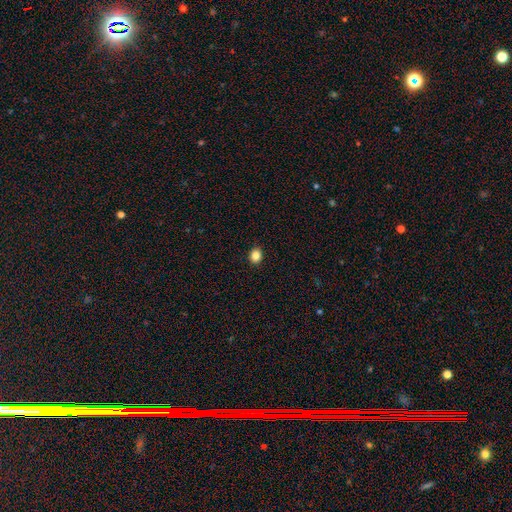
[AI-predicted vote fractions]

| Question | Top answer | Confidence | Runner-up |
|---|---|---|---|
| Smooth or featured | smooth | 85% | star or artifact (11%) |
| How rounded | round | 67% | in between (32%) |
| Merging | none | 91% | minor disturbance (6%) |